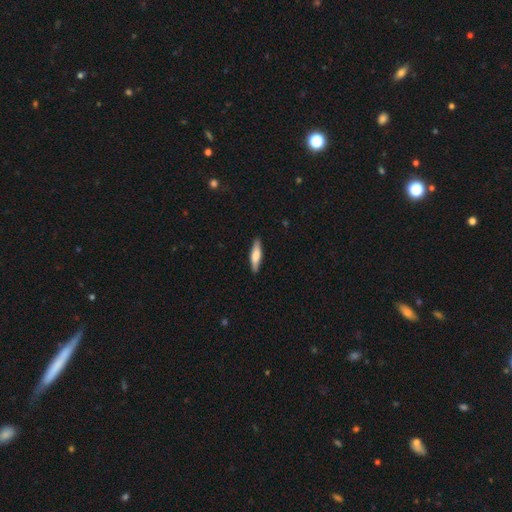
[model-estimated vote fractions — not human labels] A smooth galaxy with no disk features (66%) that is cigar-shaped (74%). Merging: none (88%).